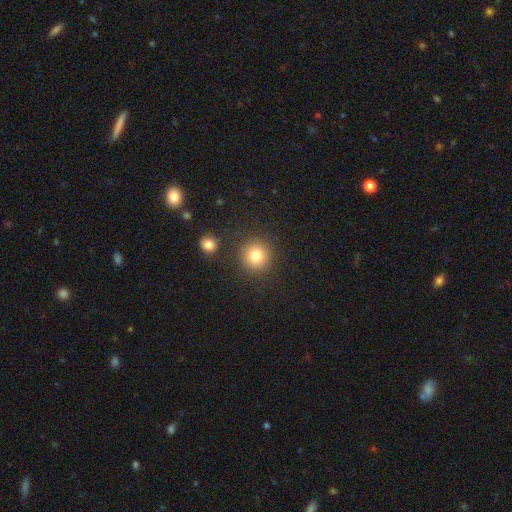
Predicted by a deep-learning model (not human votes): Morphology: type=smooth (82%); roundness=round (92%); merging=none (87%).